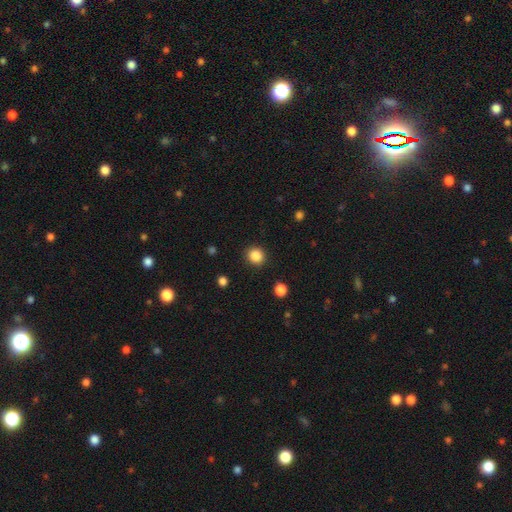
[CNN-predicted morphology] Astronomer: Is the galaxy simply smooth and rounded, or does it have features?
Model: smooth — 86%.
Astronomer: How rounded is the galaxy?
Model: round — 89%.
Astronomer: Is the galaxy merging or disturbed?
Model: none — 90%.